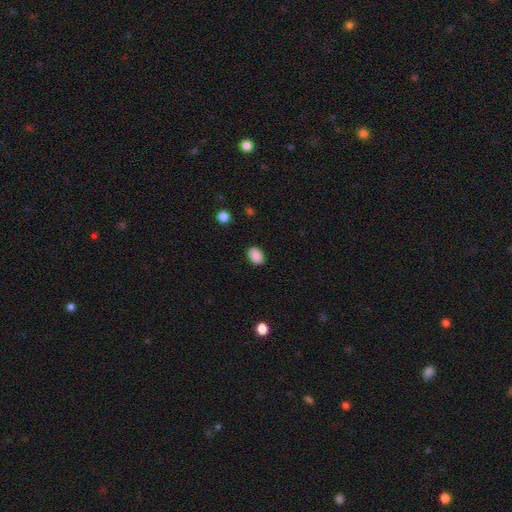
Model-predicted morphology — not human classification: Q: Smooth or featured?
A: smooth (88%); runner-up: star or artifact (8%)
Q: How rounded?
A: in between (79%); runner-up: round (20%)
Q: Merging?
A: none (85%); runner-up: minor disturbance (11%)